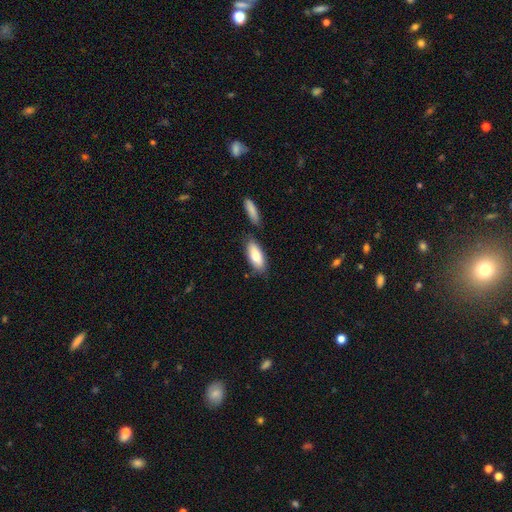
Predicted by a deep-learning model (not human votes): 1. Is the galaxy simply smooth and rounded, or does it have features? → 84% smooth, 10% featured or disk, 5% star or artifact.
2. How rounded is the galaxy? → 76% in between, 22% cigar-shaped, 2% round.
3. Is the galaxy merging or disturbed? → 70% none, 14% minor disturbance, 12% merger, 3% major disturbance.